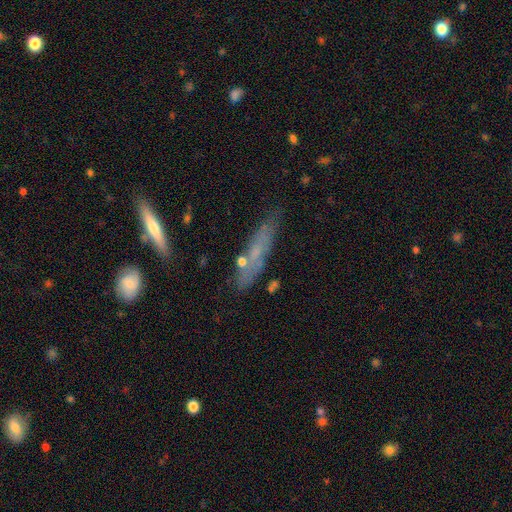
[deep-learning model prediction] Q: Smooth or featured?
A: smooth (47%); runner-up: featured or disk (43%)
Q: Merging?
A: none (71%); runner-up: minor disturbance (19%)